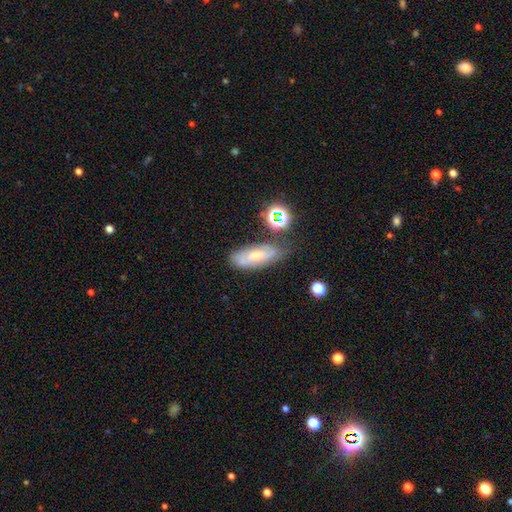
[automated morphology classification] The model was most divided on "smooth or featured" (2-way tie): smooth: 44%, featured or disk: 44%, star or artifact: 12%. More confident: merging — none (63%).